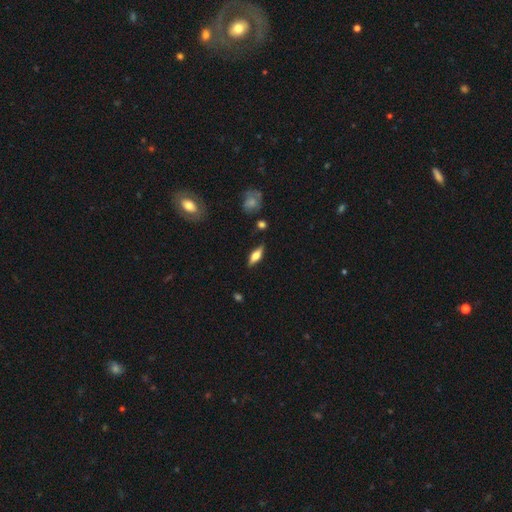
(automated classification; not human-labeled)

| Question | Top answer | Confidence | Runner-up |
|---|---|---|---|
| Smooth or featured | smooth | 48% | featured or disk (45%) |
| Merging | none | 85% | minor disturbance (11%) |